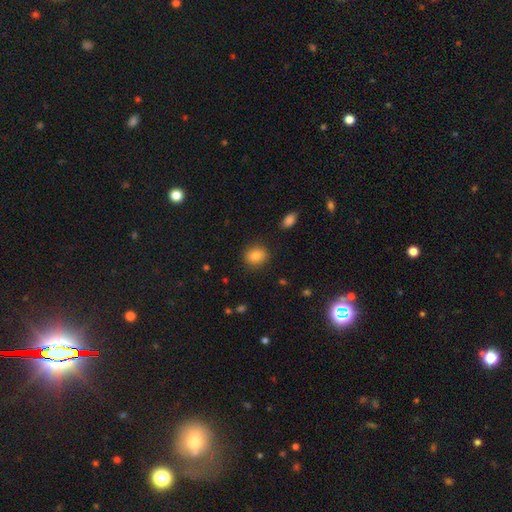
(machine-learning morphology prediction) This appears to be a smooth galaxy with no disk features (83%) that is round (65%). Merging: none (86%).